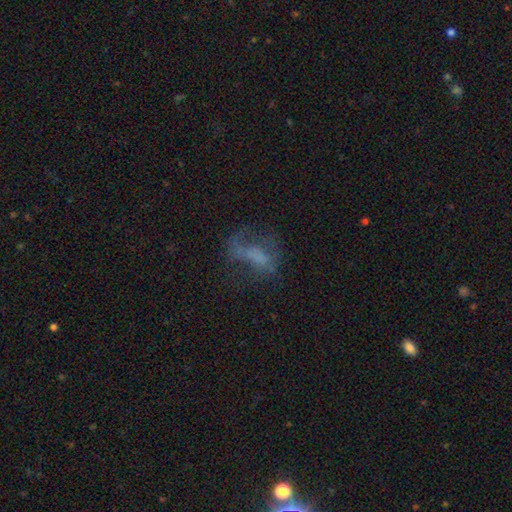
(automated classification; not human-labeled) Q: Smooth or featured?
A: featured or disk (46%); runner-up: smooth (35%)
Q: Merging?
A: major disturbance (39%); runner-up: none (38%)